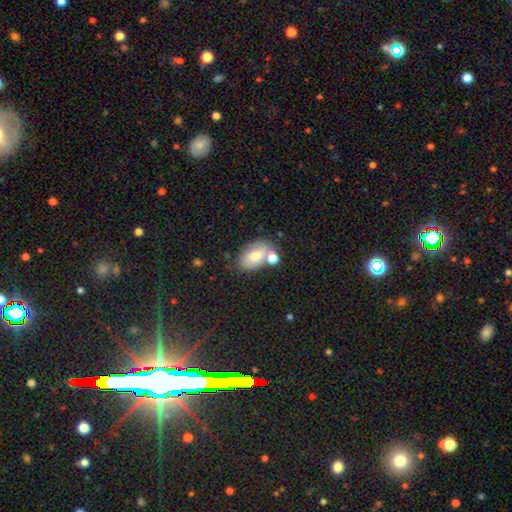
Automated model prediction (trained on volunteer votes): smooth 68%, featured or disk 23%, star or artifact 9%. Down the decision tree: how rounded — in between (87%); merging — none (55%).